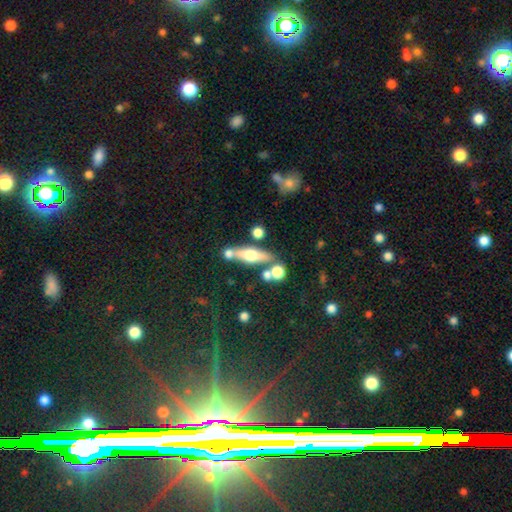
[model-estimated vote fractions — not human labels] Q: Smooth or featured?
A: featured or disk (58%); runner-up: smooth (33%)
Q: Edge-on disk?
A: yes (89%); runner-up: no (11%)
Q: Edge-on bulge?
A: rounded (95%); runner-up: boxy (3%)
Q: Merging?
A: none (72%); runner-up: merger (13%)